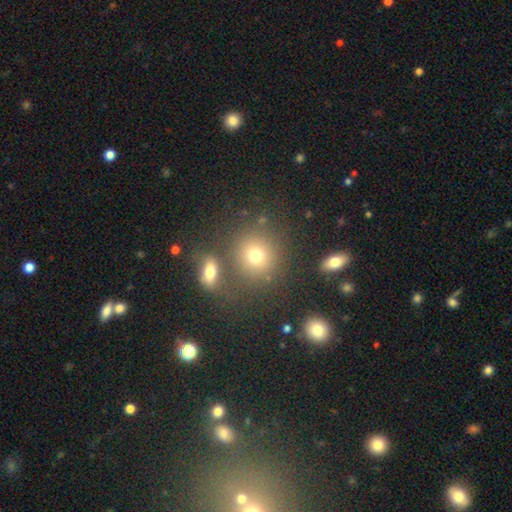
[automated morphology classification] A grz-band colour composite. It shows a smooth galaxy with no disk features (74%) that is round (86%). Merging: none (70%).